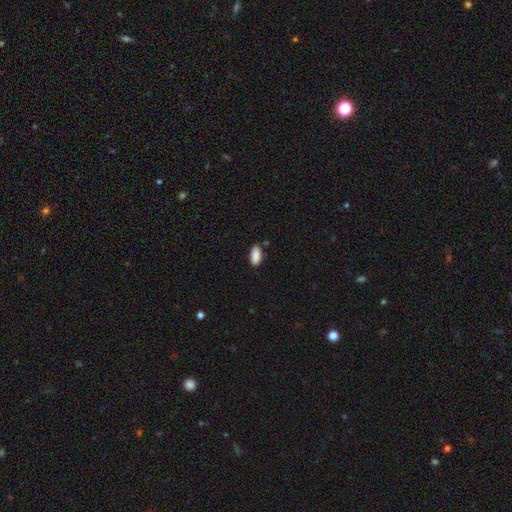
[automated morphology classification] Overall: smooth (90%). How rounded: in between (90%). Merging: none (84%).